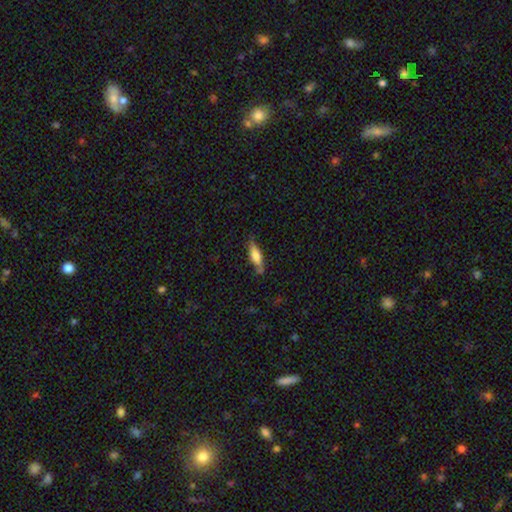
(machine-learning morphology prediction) Smooth or featured: smooth — 65% (featured or disk — 28%)
How rounded: cigar-shaped — 51% (in between — 47%)
Merging: none — 69% (minor disturbance — 23%)